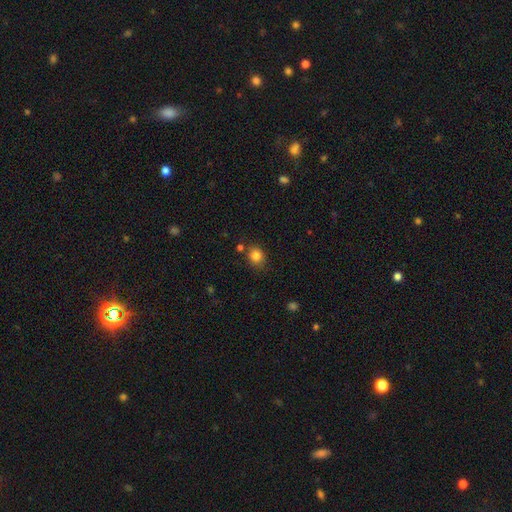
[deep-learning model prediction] This appears to be a smooth galaxy with no disk features (83%) that is round (72%). Merging: none (78%).